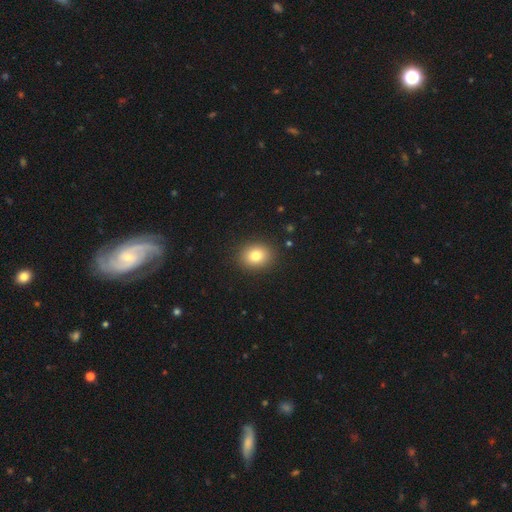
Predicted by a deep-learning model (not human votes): smooth_or_featured: smooth (p=0.80) [alt: star or artifact p=0.11]
how_rounded: round (p=0.58) [alt: in between p=0.41]
merging: none (p=0.90) [alt: minor disturbance p=0.07]